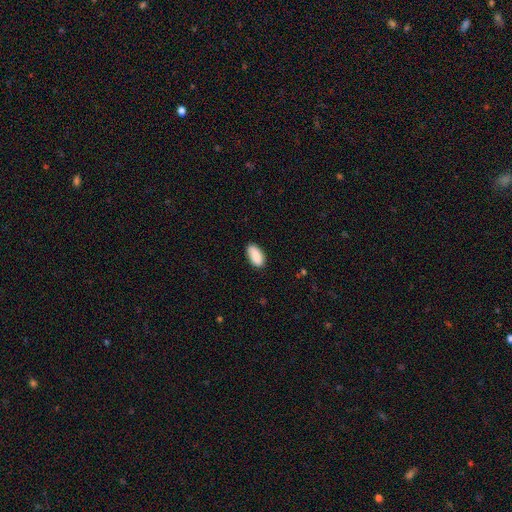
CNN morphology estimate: smooth-or-featured: smooth: 89% | star or artifact: 6% | featured or disk: 5%
  how-rounded: in between: 94% | cigar-shaped: 3% | round: 2%
  merging: none: 85% | minor disturbance: 12% | major disturbance: 2% | merger: 1%